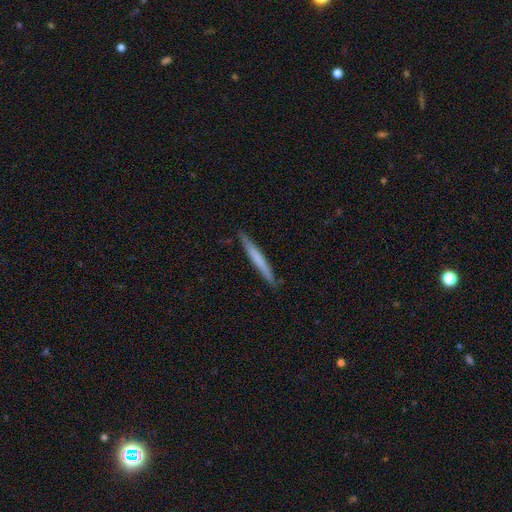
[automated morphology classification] smooth-or-featured: smooth: 54% | featured or disk: 40% | star or artifact: 6%
  how-rounded: cigar-shaped: 97% | in between: 2% | round: 1%
  merging: none: 90% | minor disturbance: 7% | major disturbance: 1% | merger: 1%